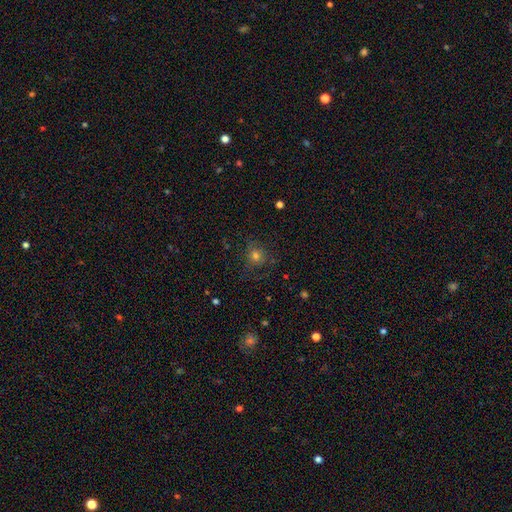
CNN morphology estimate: Q: Smooth or featured?
A: smooth (61%); runner-up: star or artifact (24%)
Q: How rounded?
A: round (86%); runner-up: in between (13%)
Q: Merging?
A: none (75%); runner-up: minor disturbance (15%)